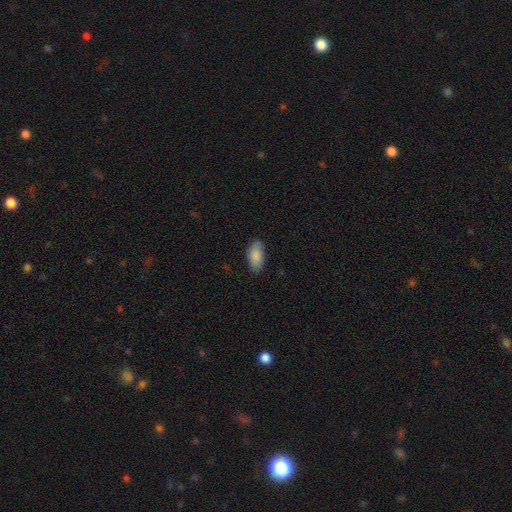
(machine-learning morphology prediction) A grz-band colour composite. It shows a smooth galaxy with no disk features (88%) that is in between round and cigar-shaped (92%). Merging: none (82%).